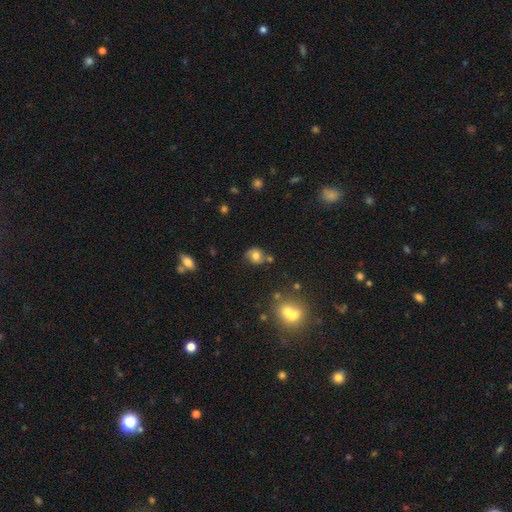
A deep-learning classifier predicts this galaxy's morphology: Smooth or featured? Predicted: smooth (p=0.68). How rounded? Predicted: round (p=0.73). Merging? Predicted: none (p=0.64).